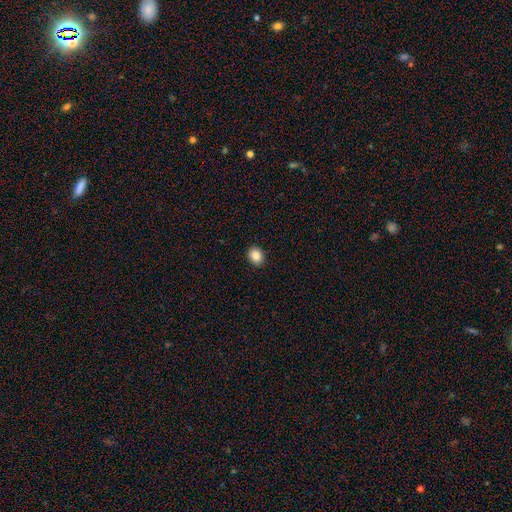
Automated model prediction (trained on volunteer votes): Smooth or featured? Predicted: smooth (p=0.85). How rounded? Predicted: round (p=0.54). Merging? Predicted: none (p=0.92).